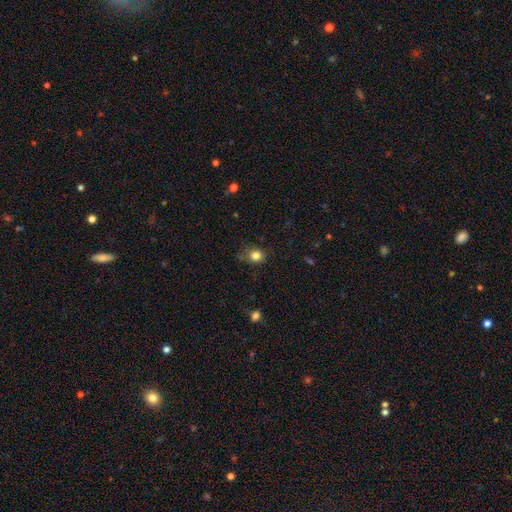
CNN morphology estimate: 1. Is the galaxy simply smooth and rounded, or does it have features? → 82% smooth, 12% star or artifact, 6% featured or disk.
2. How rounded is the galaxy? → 68% round, 31% in between, 1% cigar-shaped.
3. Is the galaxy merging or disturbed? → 70% none, 23% minor disturbance, 6% major disturbance, 2% merger.